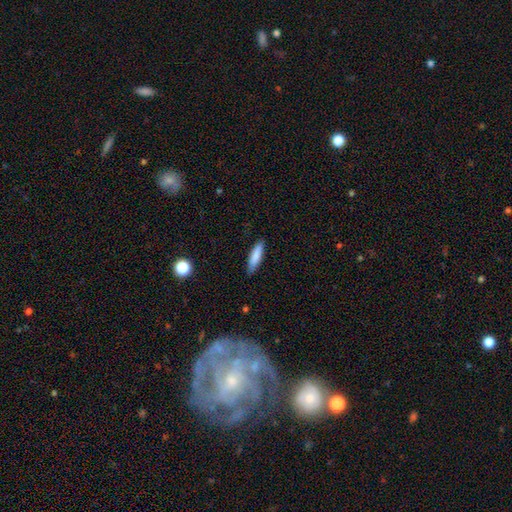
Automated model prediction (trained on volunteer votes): Smooth or featured?
  - smooth: 83% *
  - featured or disk: 11%
  - star or artifact: 6%
How rounded?
  - cigar-shaped: 70% *
  - in between: 29%
  - round: 1%
Merging?
  - none: 85% *
  - minor disturbance: 12%
  - major disturbance: 2%
  - merger: 1%